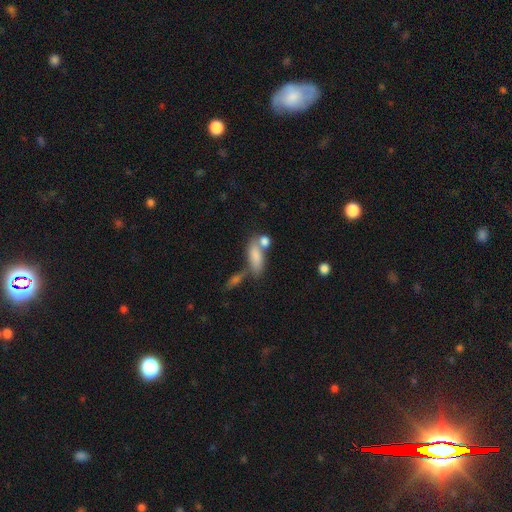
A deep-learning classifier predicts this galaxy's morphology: smooth_or_featured: smooth (p=0.78) [alt: featured or disk p=0.13]
how_rounded: in between (p=0.76) [alt: cigar-shaped p=0.18]
merging: merger (p=0.40) [alt: none p=0.39]